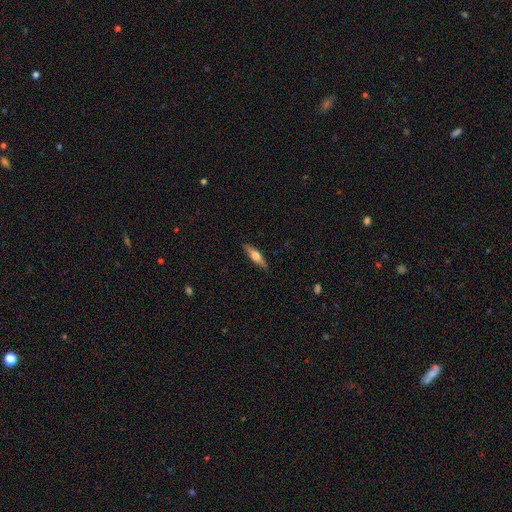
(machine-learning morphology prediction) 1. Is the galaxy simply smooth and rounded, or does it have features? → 53% featured or disk, 41% smooth, 6% star or artifact.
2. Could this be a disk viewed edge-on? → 94% yes, 6% no.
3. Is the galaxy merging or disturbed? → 87% none, 9% minor disturbance, 2% major disturbance, 1% merger.